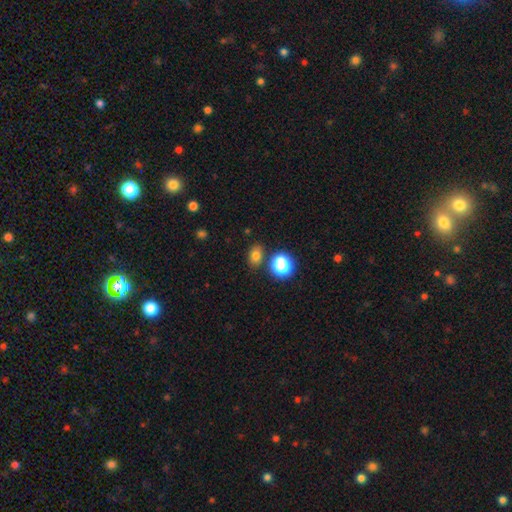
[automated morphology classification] Smooth or featured: smooth — 76% (star or artifact — 16%)
How rounded: in between — 62% (round — 37%)
Merging: none — 75% (minor disturbance — 11%)